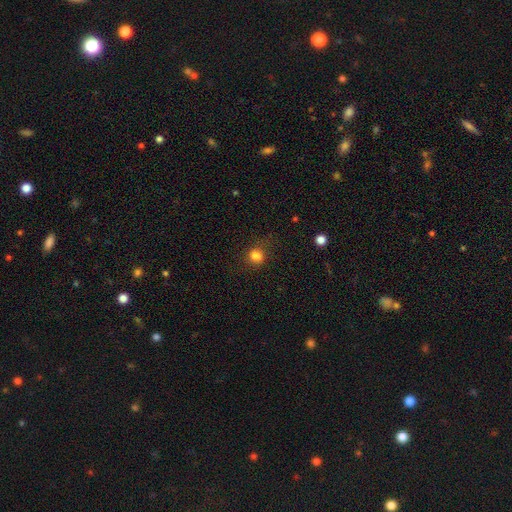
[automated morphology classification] type=smooth (81%); roundness=round (79%); merging=none (75%).